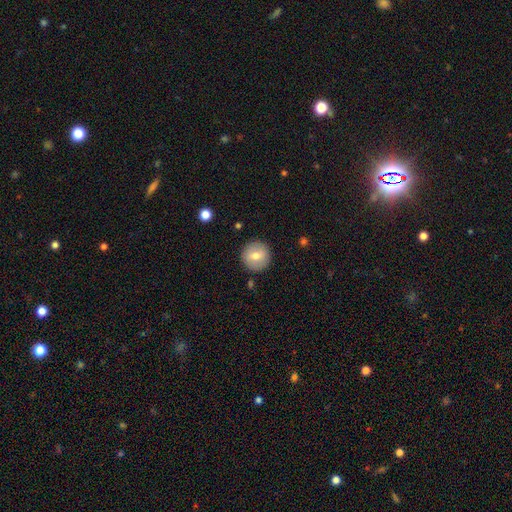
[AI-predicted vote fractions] Q: Smooth or featured?
A: smooth (70%); runner-up: featured or disk (22%)
Q: How rounded?
A: round (95%); runner-up: in between (4%)
Q: Merging?
A: none (89%); runner-up: minor disturbance (7%)